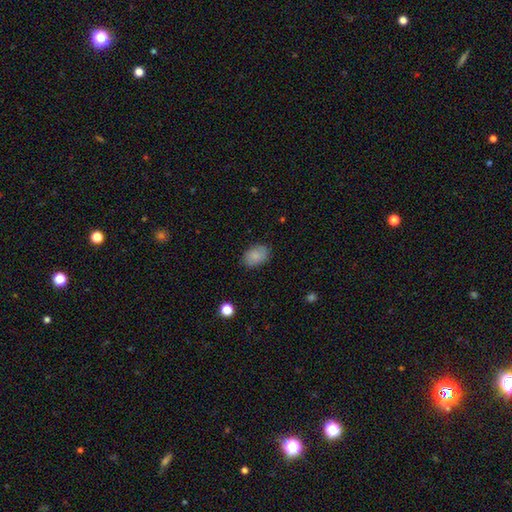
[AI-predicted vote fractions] Smooth or featured: smooth — 86% (star or artifact — 8%)
How rounded: in between — 85% (round — 14%)
Merging: none — 83% (minor disturbance — 13%)